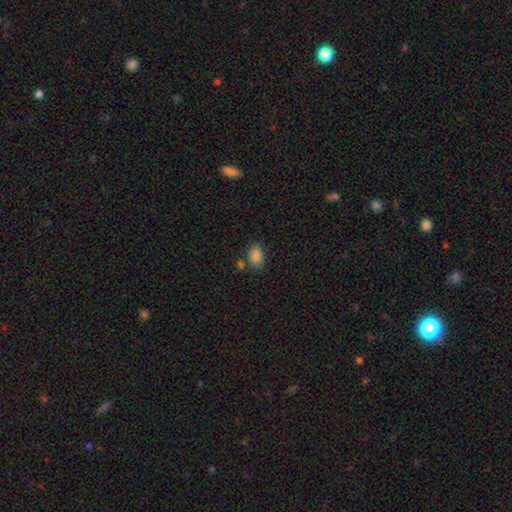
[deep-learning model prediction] smooth 85%, star or artifact 10%, featured or disk 5%. Down the decision tree: how rounded — in between (82%); merging — none (69%).